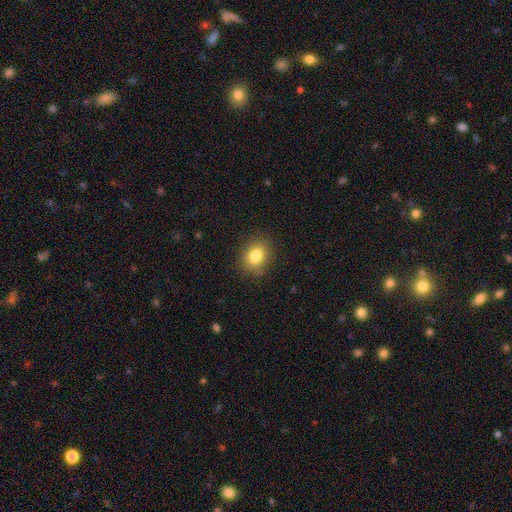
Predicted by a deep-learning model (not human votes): Q: Smooth or featured?
A: smooth (82%); runner-up: star or artifact (10%)
Q: How rounded?
A: round (54%); runner-up: in between (45%)
Q: Merging?
A: none (83%); runner-up: minor disturbance (13%)